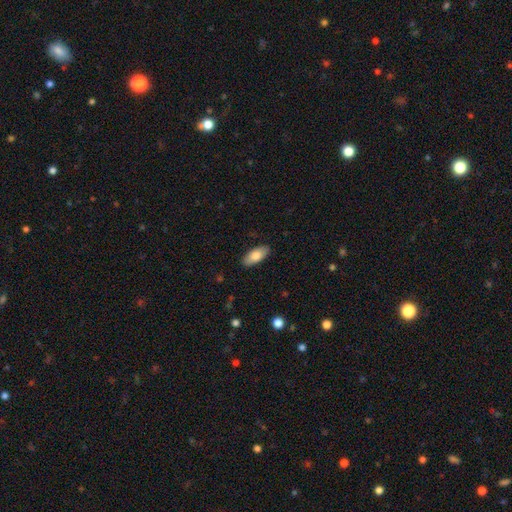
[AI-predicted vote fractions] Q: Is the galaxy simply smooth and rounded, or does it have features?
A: smooth — 80%.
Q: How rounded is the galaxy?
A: in between — 89%.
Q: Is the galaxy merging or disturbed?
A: none — 88%.